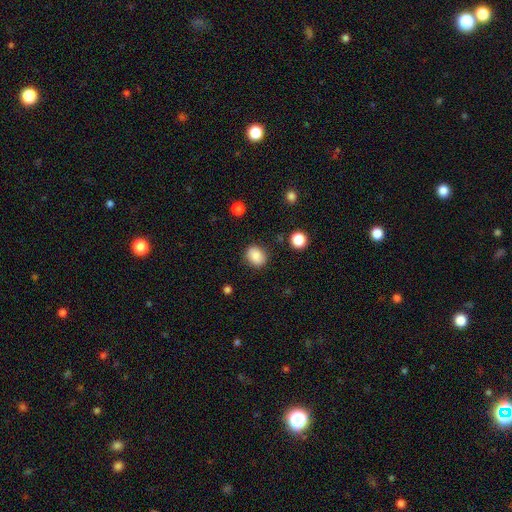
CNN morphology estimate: smooth-or-featured: smooth: 86% | star or artifact: 9% | featured or disk: 5%
  how-rounded: in between: 50% | round: 49% | cigar-shaped: 1%
  merging: none: 84% | minor disturbance: 11% | major disturbance: 3% | merger: 2%